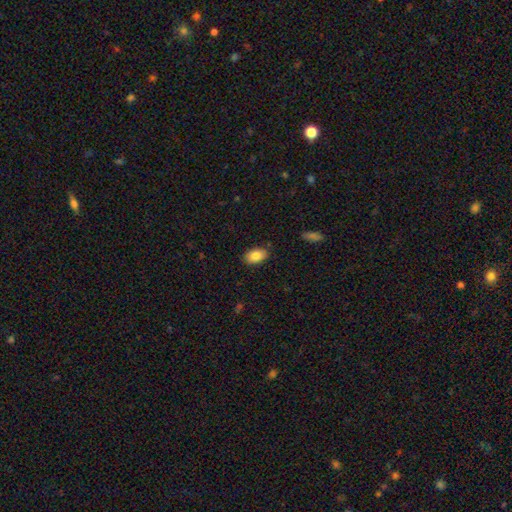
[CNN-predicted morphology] Smooth or featured?
  - smooth: 85% *
  - featured or disk: 8%
  - star or artifact: 7%
How rounded?
  - in between: 92% *
  - round: 7%
  - cigar-shaped: 1%
Merging?
  - none: 85% *
  - minor disturbance: 11%
  - major disturbance: 2%
  - merger: 2%